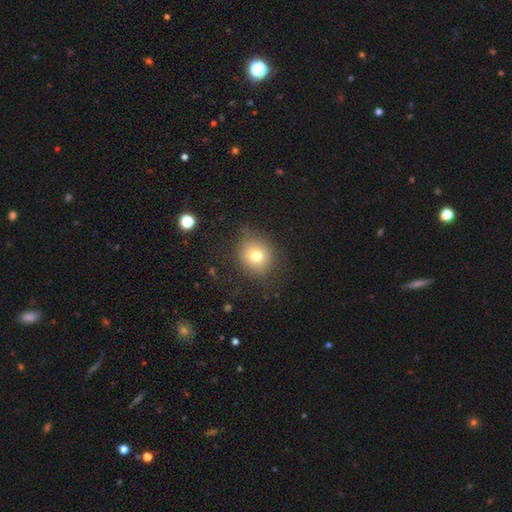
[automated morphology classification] Smooth or featured: smooth — 74% (star or artifact — 13%)
How rounded: round — 79% (in between — 20%)
Merging: none — 76% (minor disturbance — 16%)